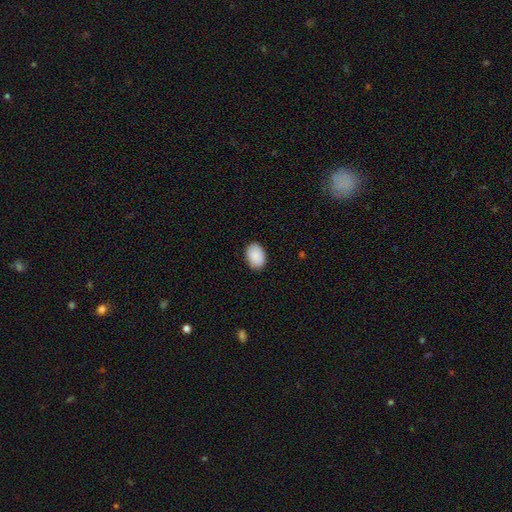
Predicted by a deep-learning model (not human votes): Morphology: type=smooth (91%); roundness=in between (82%); merging=none (88%).